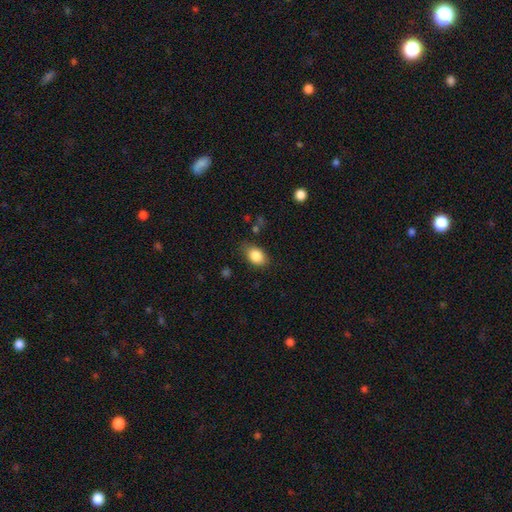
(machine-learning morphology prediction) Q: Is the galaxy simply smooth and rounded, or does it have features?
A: smooth — 85%.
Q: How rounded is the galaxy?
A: in between — 82%.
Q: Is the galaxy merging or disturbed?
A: none — 76%.